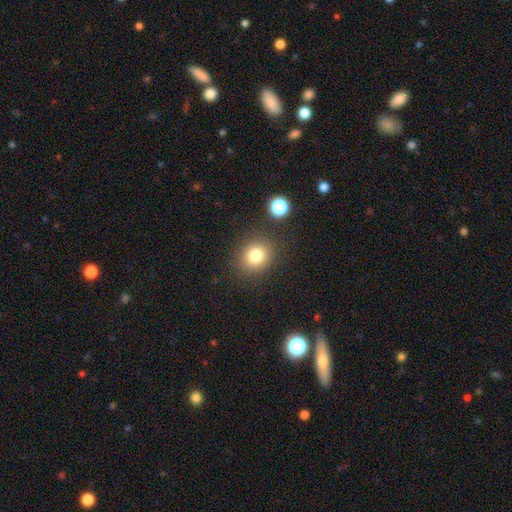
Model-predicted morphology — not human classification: Overall: smooth (80%). How rounded: round (74%). Merging: none (84%).